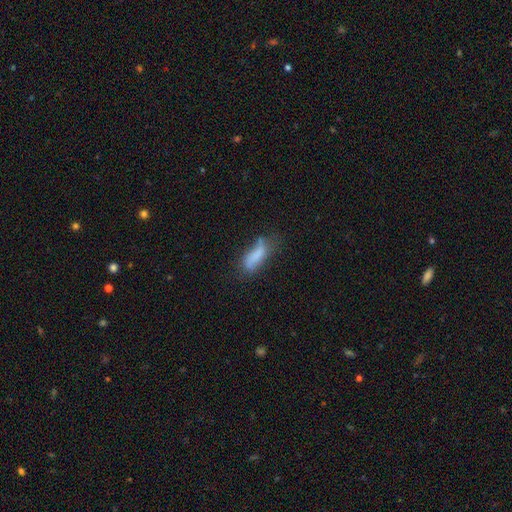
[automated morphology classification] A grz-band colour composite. It shows a smooth galaxy with no disk features (70%) that is in between round and cigar-shaped (61%). Merging: none (41%).